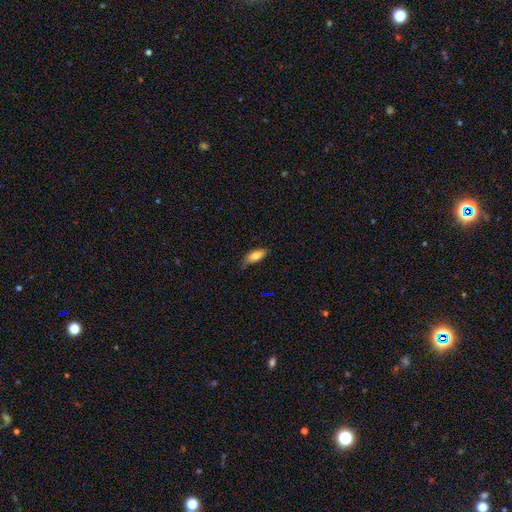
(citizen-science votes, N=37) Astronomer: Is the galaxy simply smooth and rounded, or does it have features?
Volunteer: smooth — 84%.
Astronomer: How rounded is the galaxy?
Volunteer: in between — 81%.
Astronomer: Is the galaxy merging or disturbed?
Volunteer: none — 65%.